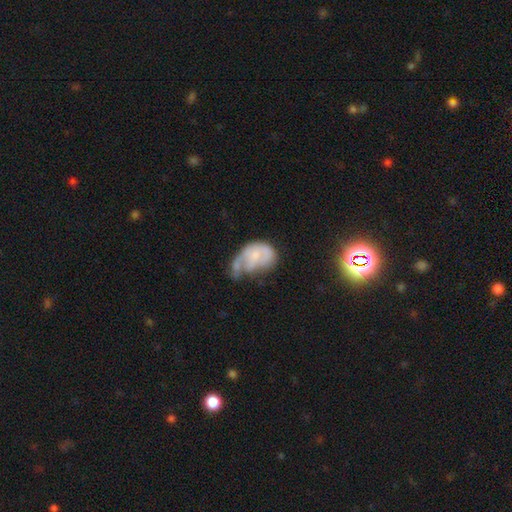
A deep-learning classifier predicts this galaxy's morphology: featured or disk 49%, smooth 43%, star or artifact 9%. Down the decision tree: merging — major disturbance (42%).